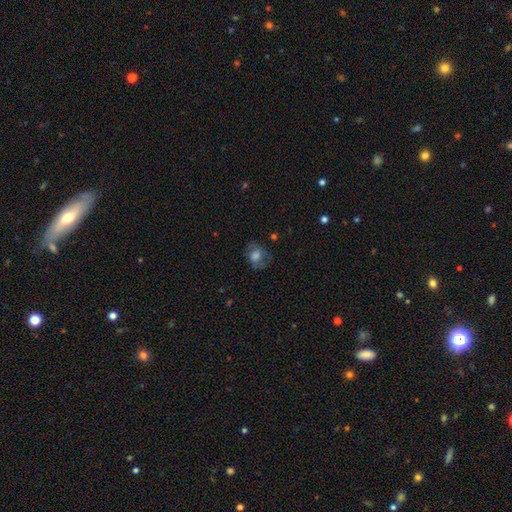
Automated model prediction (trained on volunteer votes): This appears to be a smooth galaxy with no disk features (62%) that is in between round and cigar-shaped (57%). Merging: none (64%).